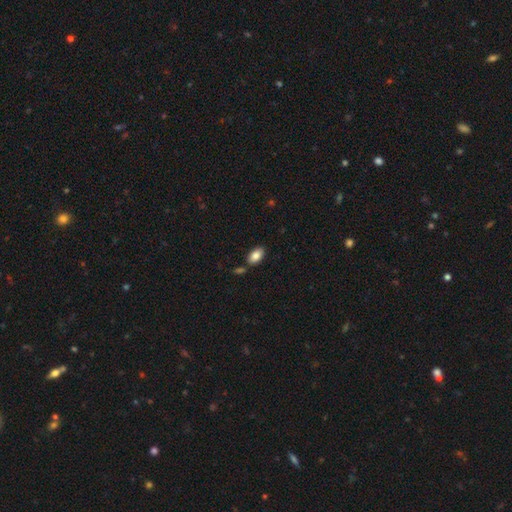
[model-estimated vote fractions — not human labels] Q: Smooth or featured?
A: smooth (85%); runner-up: featured or disk (8%)
Q: How rounded?
A: in between (94%); runner-up: round (4%)
Q: Merging?
A: none (79%); runner-up: minor disturbance (11%)